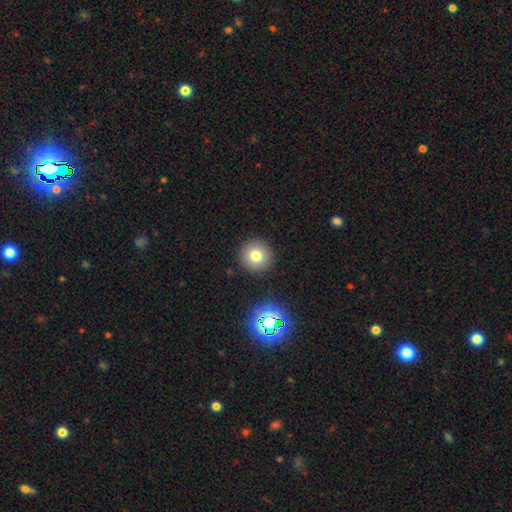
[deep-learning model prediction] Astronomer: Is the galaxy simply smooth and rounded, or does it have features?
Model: smooth — 75%.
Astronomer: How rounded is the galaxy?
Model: round — 95%.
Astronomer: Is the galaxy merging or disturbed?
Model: none — 91%.